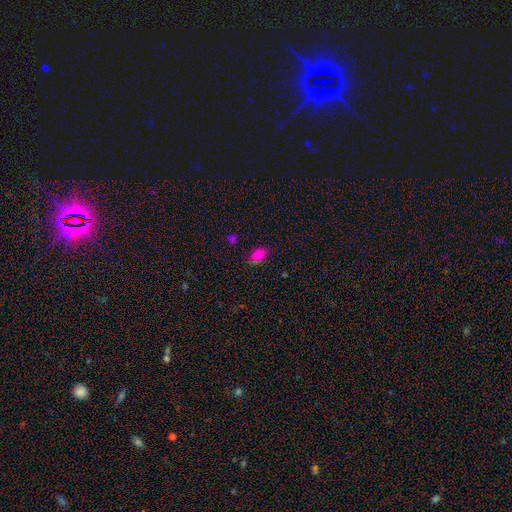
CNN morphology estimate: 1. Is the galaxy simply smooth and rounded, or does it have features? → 83% smooth, 10% star or artifact, 7% featured or disk.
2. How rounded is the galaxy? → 87% in between, 11% round, 2% cigar-shaped.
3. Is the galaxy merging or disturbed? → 81% none, 14% minor disturbance, 3% major disturbance, 2% merger.